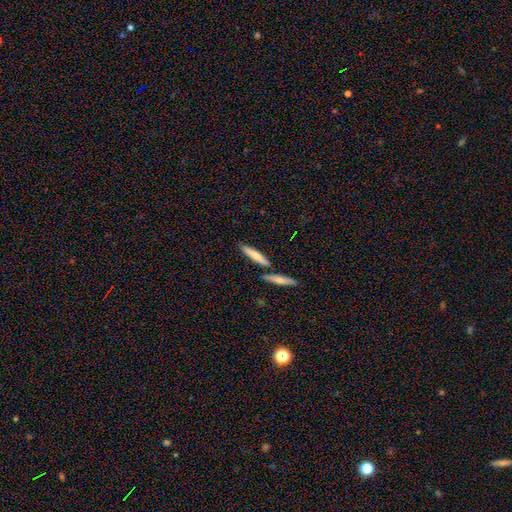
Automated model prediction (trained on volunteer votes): Smooth or featured? smooth (68%)
How rounded? cigar-shaped (85%)
Merging? none (76%)